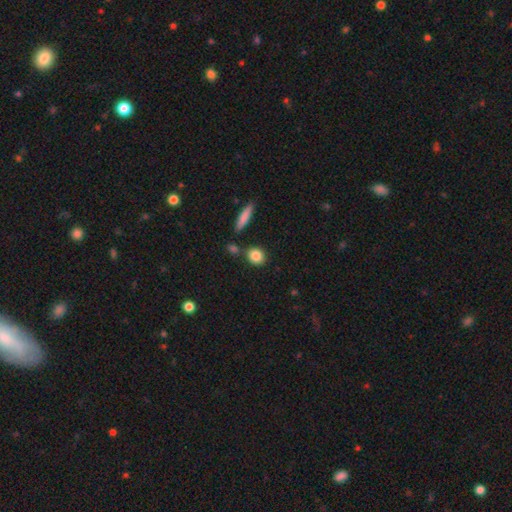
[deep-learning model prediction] smooth_or_featured: smooth (p=0.86) [alt: star or artifact p=0.08]
how_rounded: round (p=0.64) [alt: in between p=0.32]
merging: none (p=0.79) [alt: minor disturbance p=0.10]